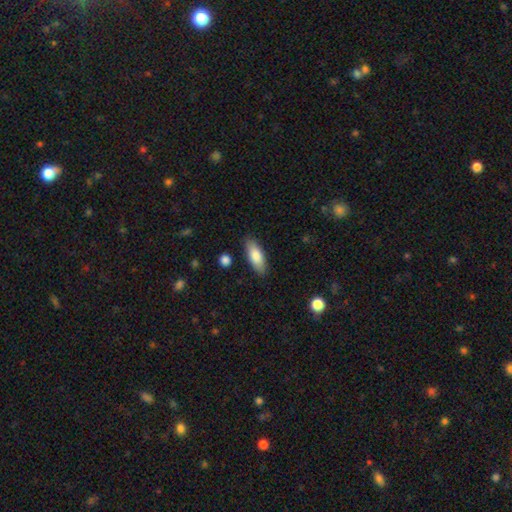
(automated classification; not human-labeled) Smooth or featured? Predicted: smooth (p=0.80). How rounded? Predicted: in between (p=0.73). Merging? Predicted: none (p=0.86).